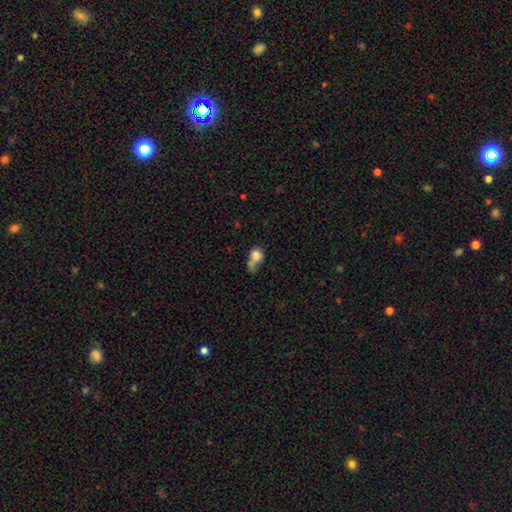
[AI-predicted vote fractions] smooth 79%, featured or disk 11%, star or artifact 10%. Down the decision tree: how rounded — round (68%); merging — merger (41%).